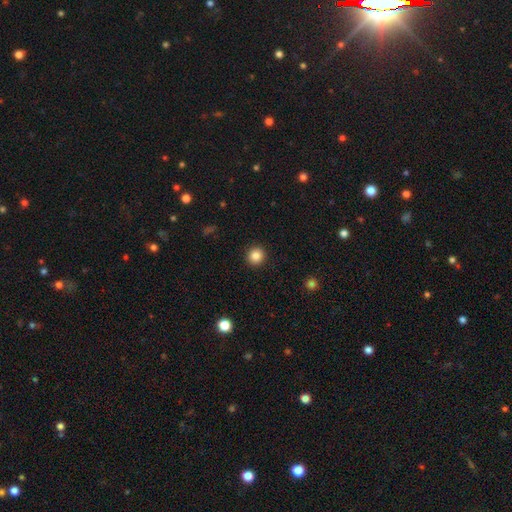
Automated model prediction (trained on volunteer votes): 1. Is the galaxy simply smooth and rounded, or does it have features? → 85% smooth, 10% star or artifact, 5% featured or disk.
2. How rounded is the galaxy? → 93% round, 6% in between, 1% cigar-shaped.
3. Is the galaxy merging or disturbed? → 93% none, 5% minor disturbance, 2% major disturbance, 1% merger.